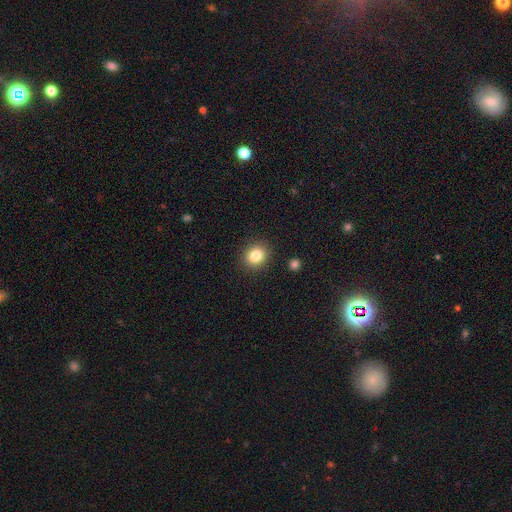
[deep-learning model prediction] Morphology: type=smooth (83%); roundness=round (76%); merging=none (90%).